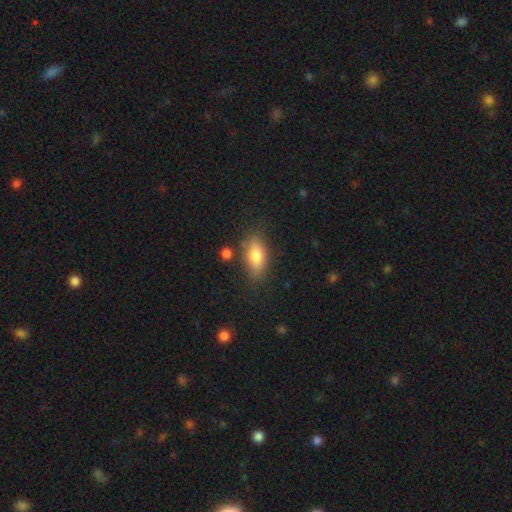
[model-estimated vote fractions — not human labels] Morphology: type=smooth (79%); roundness=in between (85%); merging=none (76%).